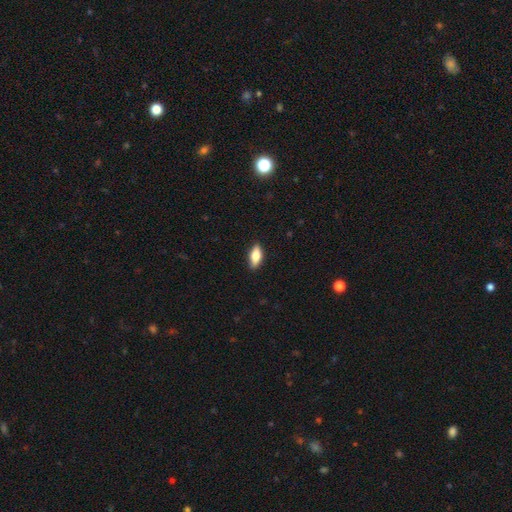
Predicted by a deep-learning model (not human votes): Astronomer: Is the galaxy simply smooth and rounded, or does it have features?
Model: smooth — 74%.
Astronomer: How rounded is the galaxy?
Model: in between — 79%.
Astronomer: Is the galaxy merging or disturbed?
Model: none — 87%.